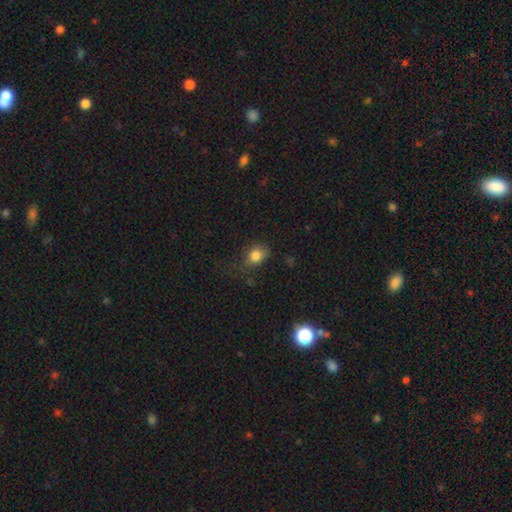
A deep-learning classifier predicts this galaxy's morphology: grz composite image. It shows a smooth galaxy with no disk features (82%) that is in between round and cigar-shaped (54%). Merging: none (60%).